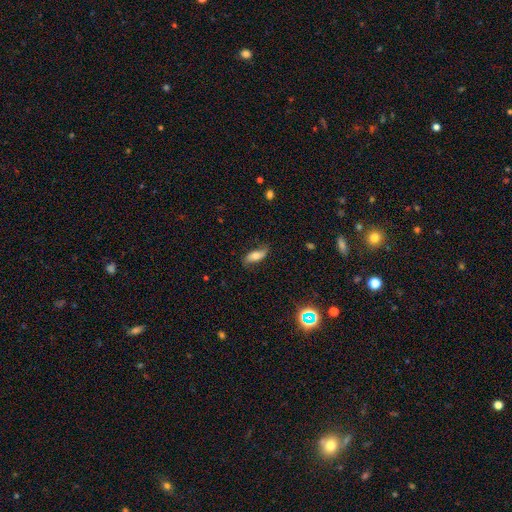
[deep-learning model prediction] Smooth or featured?
  - smooth: 55% *
  - featured or disk: 36%
  - star or artifact: 9%
How rounded?
  - in between: 72% *
  - cigar-shaped: 24%
  - round: 4%
Merging?
  - none: 74% *
  - minor disturbance: 19%
  - major disturbance: 5%
  - merger: 1%